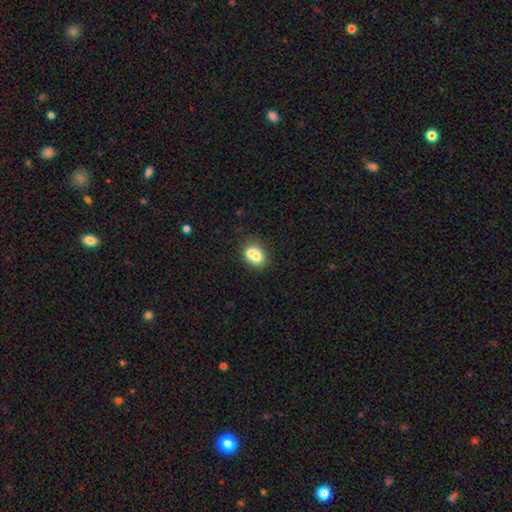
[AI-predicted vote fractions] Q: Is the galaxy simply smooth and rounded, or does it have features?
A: smooth — 72%.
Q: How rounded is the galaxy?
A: in between — 58%.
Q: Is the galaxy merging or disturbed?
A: merger — 44%.